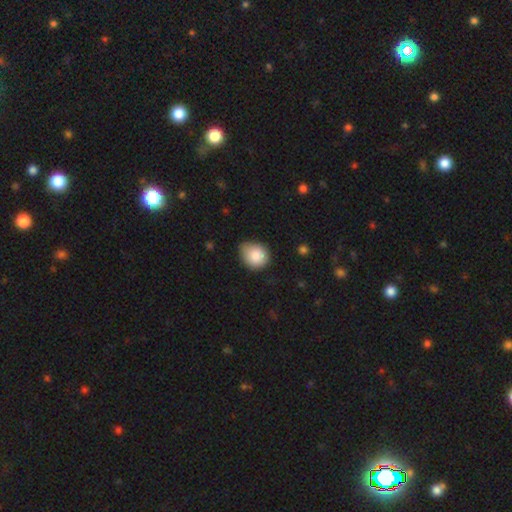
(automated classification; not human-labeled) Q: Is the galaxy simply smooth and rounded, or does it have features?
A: smooth — 87%.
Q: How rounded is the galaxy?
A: round — 64%.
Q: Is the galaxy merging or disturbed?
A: none — 58%.